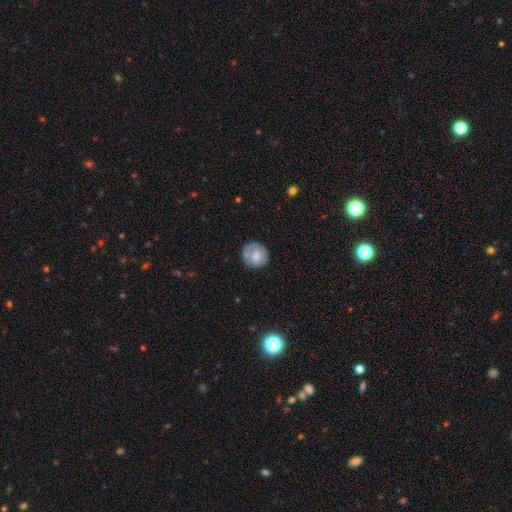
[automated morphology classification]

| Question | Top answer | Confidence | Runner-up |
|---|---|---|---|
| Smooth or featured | smooth | 69% | featured or disk (24%) |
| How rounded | round | 87% | in between (12%) |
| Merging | none | 69% | minor disturbance (21%) |